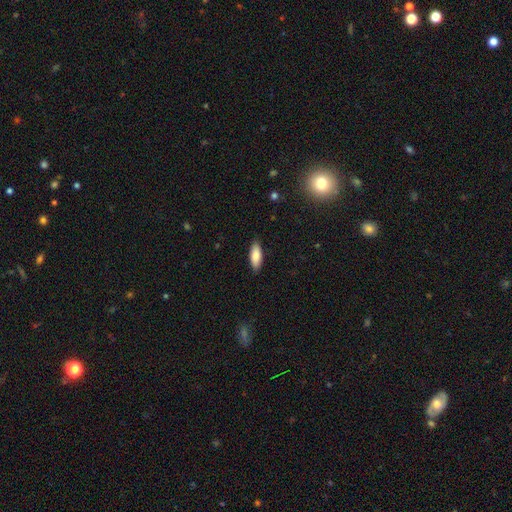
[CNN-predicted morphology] This appears to be a smooth galaxy with no disk features (84%) that is in between round and cigar-shaped (73%). Merging: none (87%).